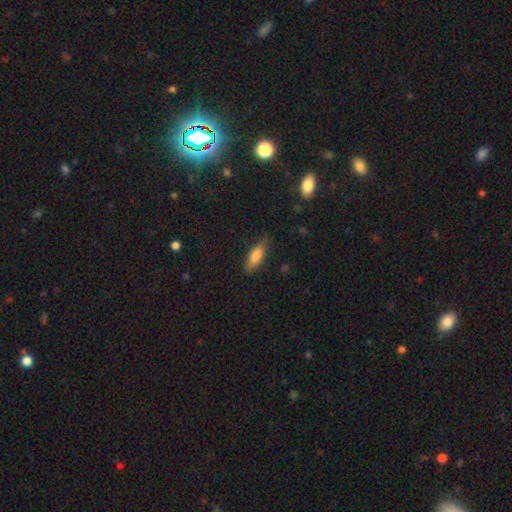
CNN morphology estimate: type=smooth (81%); roundness=in between (65%); merging=none (79%).